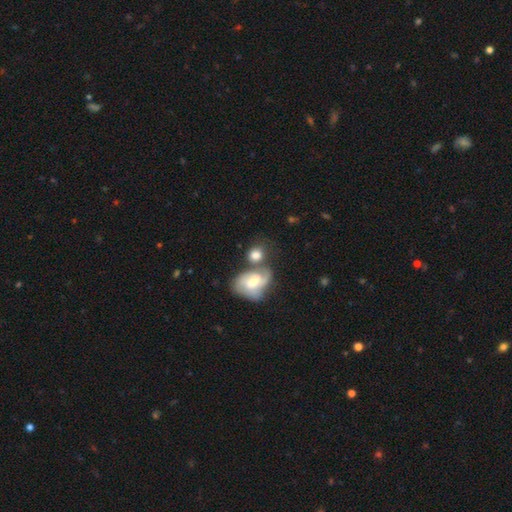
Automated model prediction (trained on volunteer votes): Smooth or featured: smooth — 65% (featured or disk — 26%)
How rounded: round — 58% (in between — 40%)
Merging: merger — 39% (tied with none — 39%)